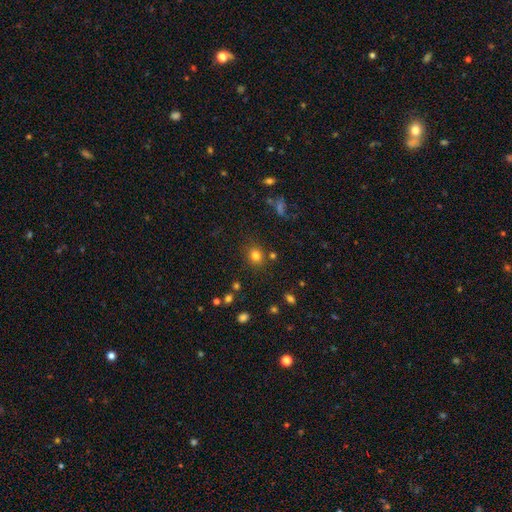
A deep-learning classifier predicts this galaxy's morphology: smooth-or-featured: smooth: 77% | star or artifact: 16% | featured or disk: 7%
  how-rounded: round: 74% | in between: 25% | cigar-shaped: 1%
  merging: none: 81% | minor disturbance: 10% | merger: 5% | major disturbance: 4%